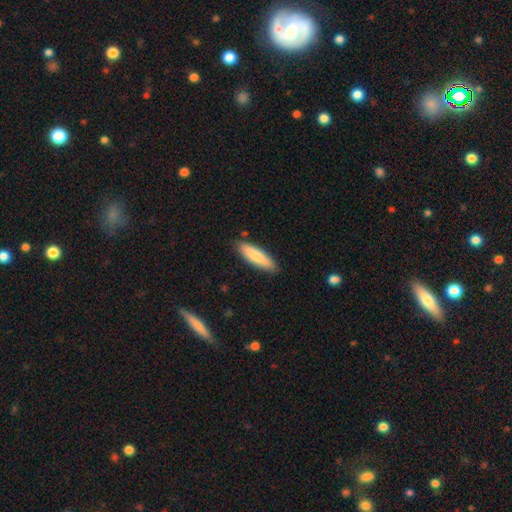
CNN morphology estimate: The model was most divided on "how rounded": cigar-shaped: 66%, in between: 32%, round: 1%. More confident: merging — none (86%); smooth or featured — smooth (81%).